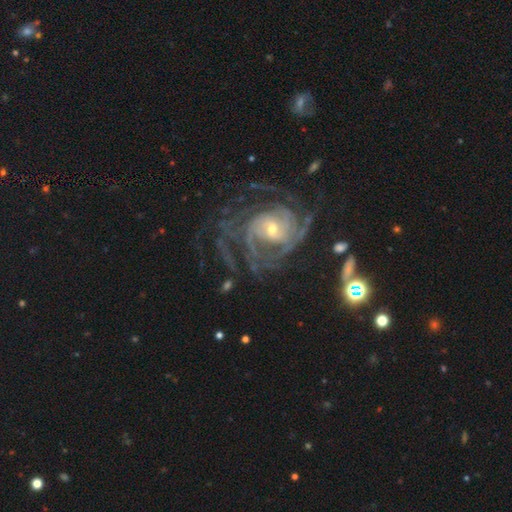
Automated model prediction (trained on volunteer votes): Smooth or featured?
  - featured or disk: 88% *
  - star or artifact: 7%
  - smooth: 5%
Edge-on disk?
  - no: 97% *
  - yes: 3%
Bar?
  - no: 54% *
  - weak: 34%
  - strong: 12%
Spiral arms?
  - yes: 96% *
  - no: 4%
Spiral winding?
  - tight: 57% *
  - medium: 34%
  - loose: 9%
Spiral arm count?
  - can't tell: 29% *
  - 3: 19%
  - 4: 18%
  - 2: 15%
  - more than 4: 11%
  - 1: 8%
Bulge size?
  - small: 61% *
  - moderate: 34%
  - large: 3%
  - none: 2%
  - dominant: 1%
Merging?
  - none: 59% *
  - major disturbance: 20%
  - minor disturbance: 17%
  - merger: 3%